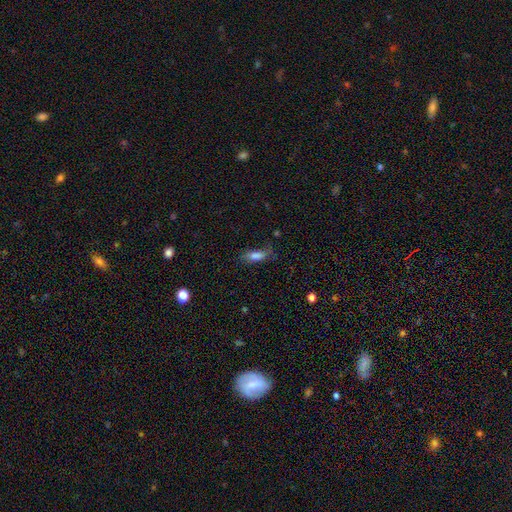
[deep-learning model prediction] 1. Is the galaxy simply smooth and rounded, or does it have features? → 74% smooth, 14% featured or disk, 12% star or artifact.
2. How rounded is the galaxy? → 66% in between, 31% cigar-shaped, 3% round.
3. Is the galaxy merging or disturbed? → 55% none, 27% minor disturbance, 15% major disturbance, 4% merger.